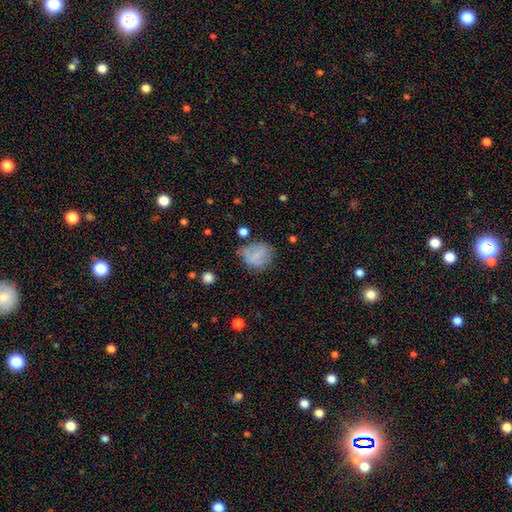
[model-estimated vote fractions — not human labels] Smooth or featured: smooth — 73% (featured or disk — 16%)
How rounded: round — 63% (in between — 36%)
Merging: none — 55% (minor disturbance — 26%)